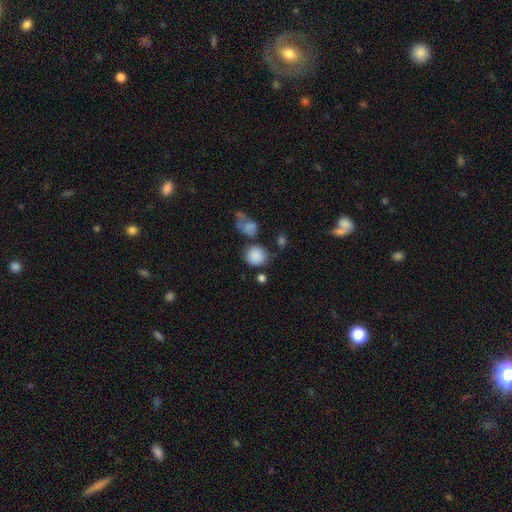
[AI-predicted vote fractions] smooth-or-featured: smooth: 85% | star or artifact: 9% | featured or disk: 6%
  how-rounded: round: 80% | in between: 19% | cigar-shaped: 1%
  merging: none: 65% | minor disturbance: 16% | merger: 12% | major disturbance: 6%